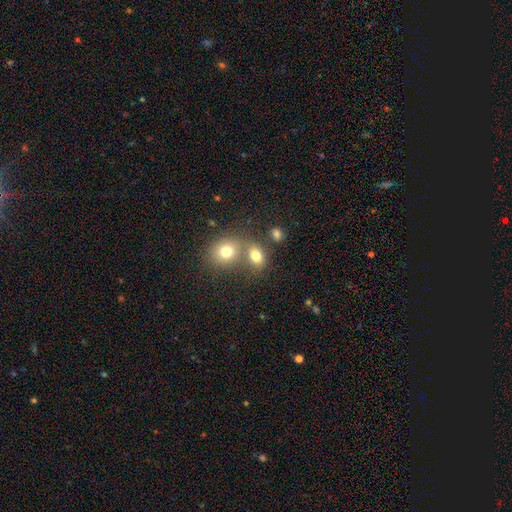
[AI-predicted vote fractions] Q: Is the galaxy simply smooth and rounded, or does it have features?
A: smooth — 77%.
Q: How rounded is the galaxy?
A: in between — 58%.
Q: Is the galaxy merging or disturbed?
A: none — 44%.